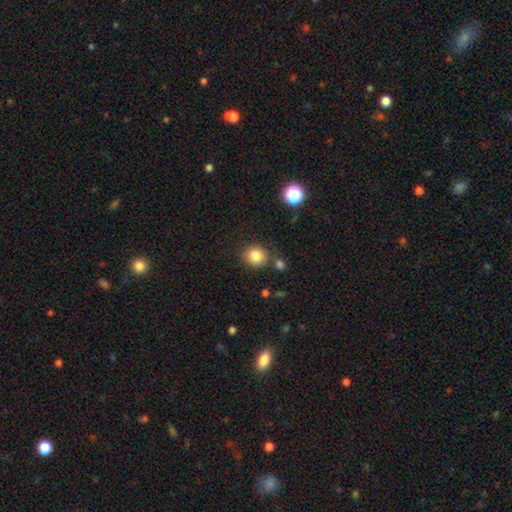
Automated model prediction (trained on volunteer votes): A smooth galaxy with no disk features (84%) that is round (83%). Merging: none (78%).